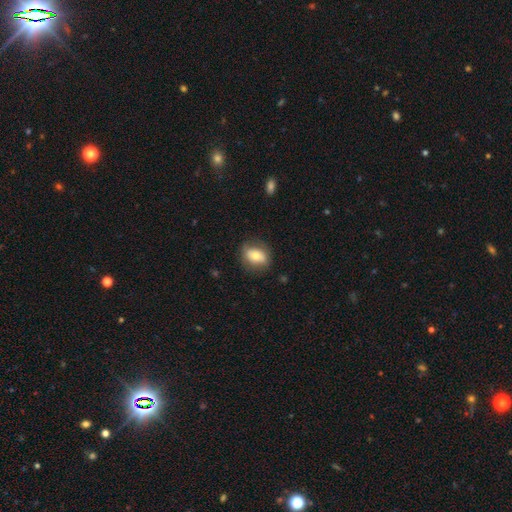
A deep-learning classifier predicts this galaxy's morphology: The model was most divided on "how rounded": in between: 67%, round: 32%, cigar-shaped: 2%. More confident: merging — none (75%); smooth or featured — smooth (67%).